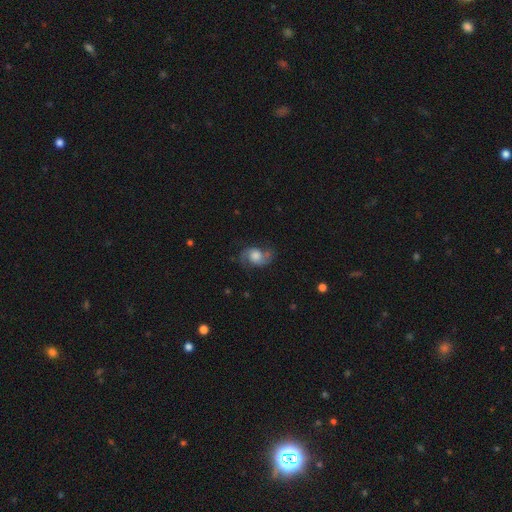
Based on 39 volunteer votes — featured or disk 82%, smooth 15%, star or artifact 3%. Down the decision tree: edge-on disk — no (100%); bar — no (56%); spiral arms — yes (88%); spiral arm count — 2 (100%); spiral winding — medium (57%); bulge size — large (41%); merging — none (76%).